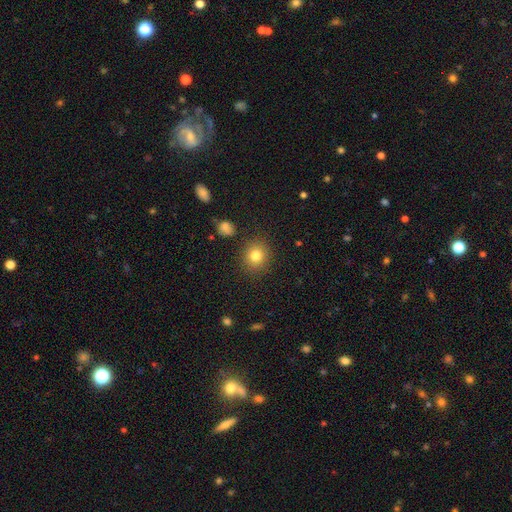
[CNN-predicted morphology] smooth_or_featured: smooth (p=0.81) [alt: star or artifact p=0.12]
how_rounded: round (p=0.85) [alt: in between p=0.14]
merging: none (p=0.88) [alt: minor disturbance p=0.08]